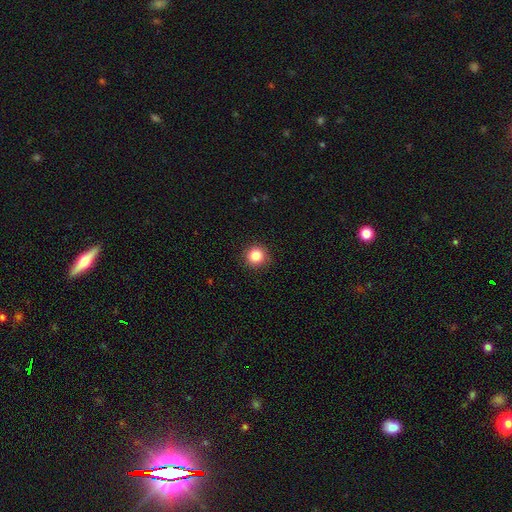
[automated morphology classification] Q: Smooth or featured?
A: smooth (84%); runner-up: star or artifact (11%)
Q: How rounded?
A: round (94%); runner-up: in between (5%)
Q: Merging?
A: none (91%); runner-up: minor disturbance (6%)